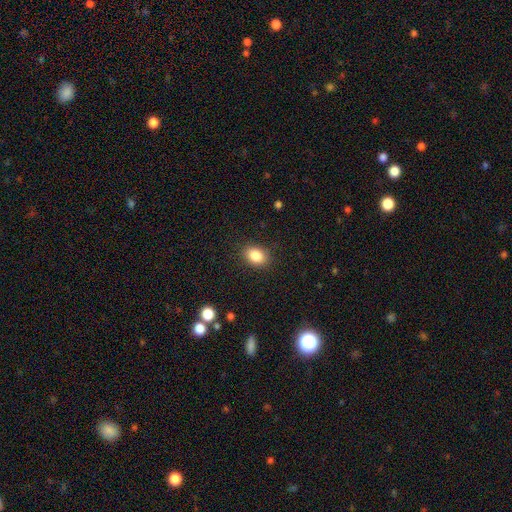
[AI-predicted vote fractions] Smooth or featured? smooth (85%)
How rounded? in between (69%)
Merging? none (87%)